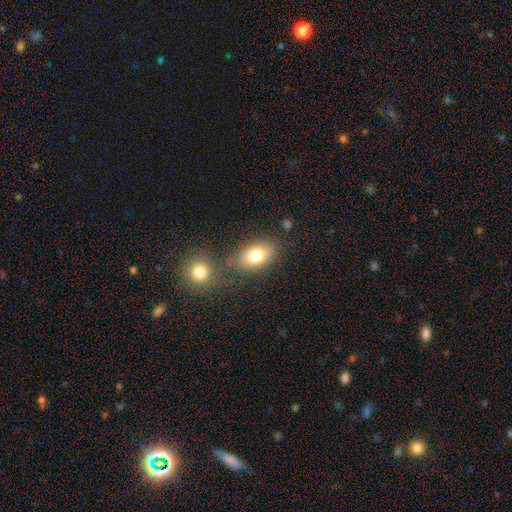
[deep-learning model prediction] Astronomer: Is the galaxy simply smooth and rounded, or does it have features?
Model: smooth — 78%.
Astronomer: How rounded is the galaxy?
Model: in between — 83%.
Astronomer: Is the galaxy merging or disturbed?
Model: none — 70%.